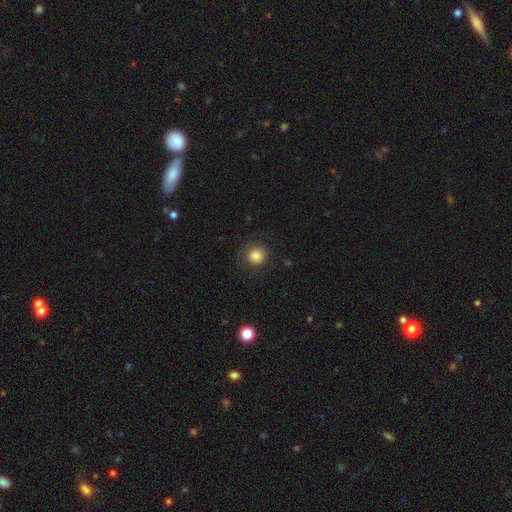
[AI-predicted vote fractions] Overall: smooth (85%). How rounded: round (91%). Merging: none (82%).